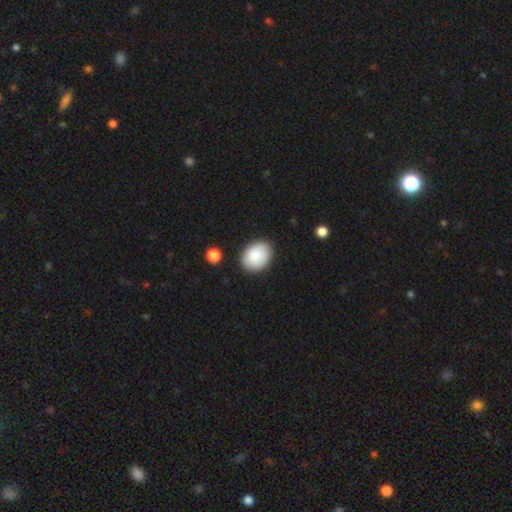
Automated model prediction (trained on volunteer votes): smooth_or_featured: smooth (p=0.88) [alt: star or artifact p=0.06]
how_rounded: in between (p=0.74) [alt: round p=0.25]
merging: none (p=0.86) [alt: minor disturbance p=0.10]